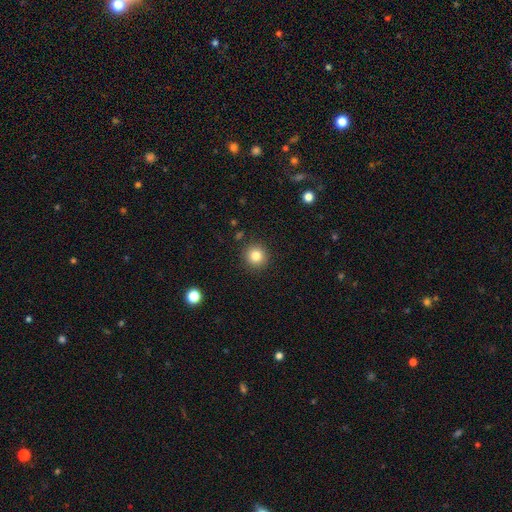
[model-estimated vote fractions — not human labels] Smooth or featured?
  - smooth: 82% *
  - star or artifact: 11%
  - featured or disk: 6%
How rounded?
  - round: 93% *
  - in between: 6%
  - cigar-shaped: 1%
Merging?
  - none: 91% *
  - minor disturbance: 6%
  - major disturbance: 2%
  - merger: 1%